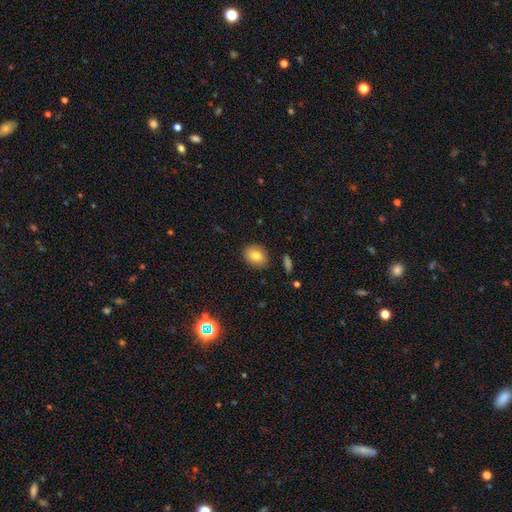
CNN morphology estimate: The model was most divided on "how rounded": in between: 50%, round: 49%, cigar-shaped: 1%. More confident: merging — none (86%); smooth or featured — smooth (79%).